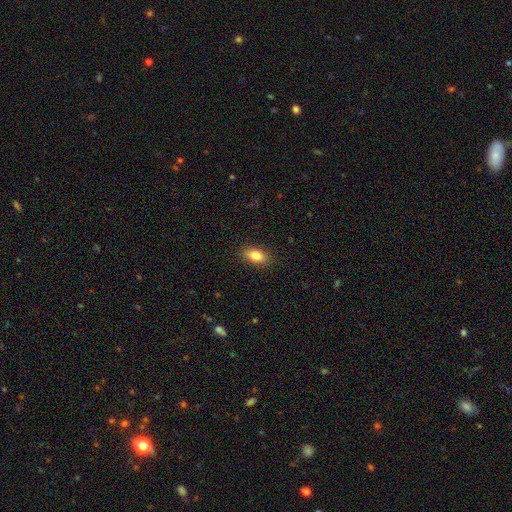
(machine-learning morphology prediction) This appears to be a smooth galaxy with no disk features (85%) that is in between round and cigar-shaped (89%). Merging: none (88%).